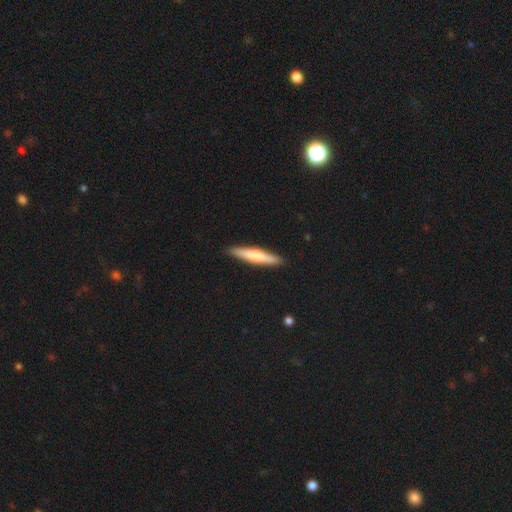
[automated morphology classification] smooth 67%, featured or disk 28%, star or artifact 5%. Down the decision tree: how rounded — cigar-shaped (91%); merging — none (91%).